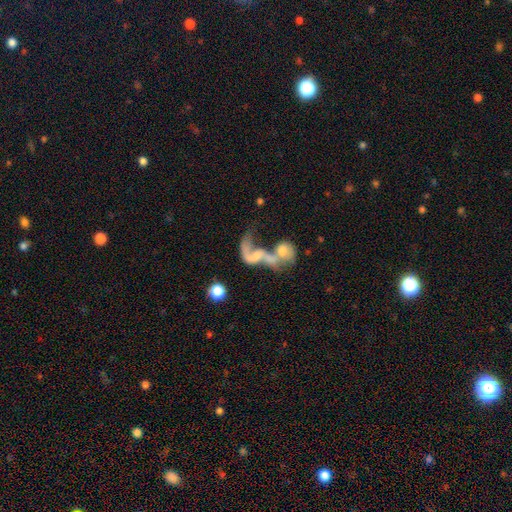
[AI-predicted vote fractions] Overall: featured or disk (67%). Edge-on disk: no (95%). Bar: no (58%; weak 30%). Spiral arms: yes (69%; no 31%). Bulge size: small (36%; none 31%). Merging: merger (66%).